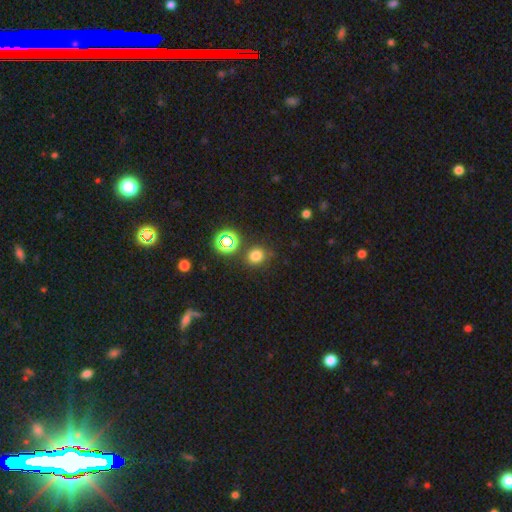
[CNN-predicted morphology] This appears to be a smooth galaxy with no disk features (73%) that is round (79%). Merging: none (81%).